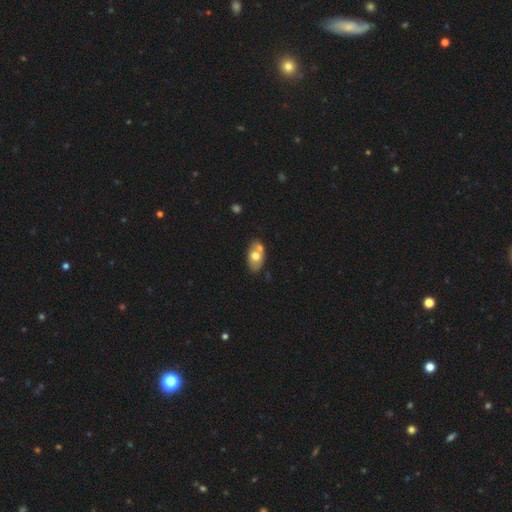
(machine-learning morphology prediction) Q: Smooth or featured?
A: smooth (62%); runner-up: featured or disk (31%)
Q: How rounded?
A: in between (90%); runner-up: round (7%)
Q: Merging?
A: none (54%); runner-up: merger (27%)